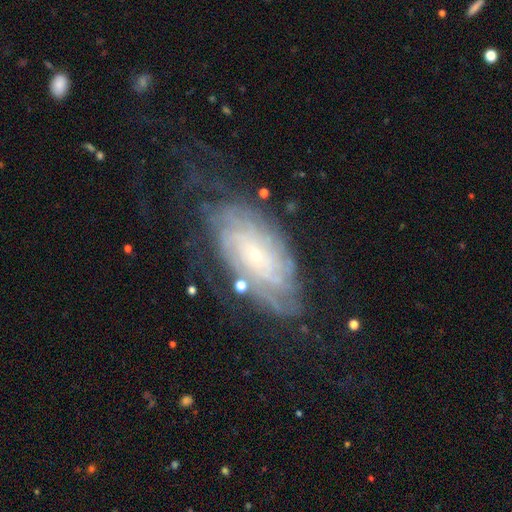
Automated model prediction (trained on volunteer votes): smooth_or_featured: featured or disk (p=0.82) [alt: smooth p=0.11]
disk_edge_on: no (p=0.93) [alt: yes p=0.07]
bar: no (p=0.73) [alt: weak p=0.21]
has_spiral_arms: yes (p=0.93) [alt: no p=0.07]
spiral_winding: tight (p=0.74) [alt: medium p=0.20]
spiral_arm_count: can't tell (p=0.49) [alt: more than 4 p=0.13]
bulge_size: small (p=0.83) [alt: moderate p=0.12]
merging: none (p=0.63) [alt: minor disturbance p=0.21]